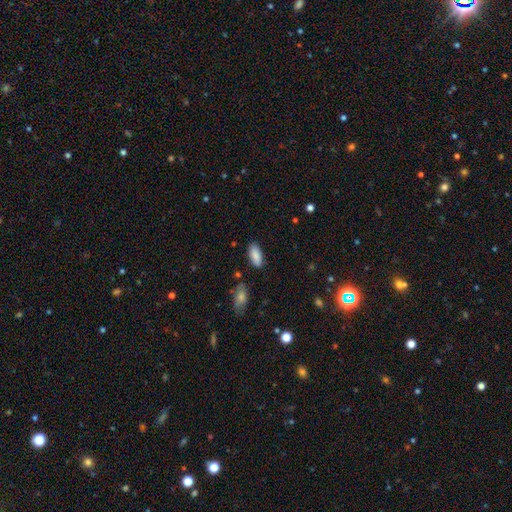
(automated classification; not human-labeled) This appears to be a smooth galaxy with no disk features (88%) that is in between round and cigar-shaped (86%). Merging: none (84%).